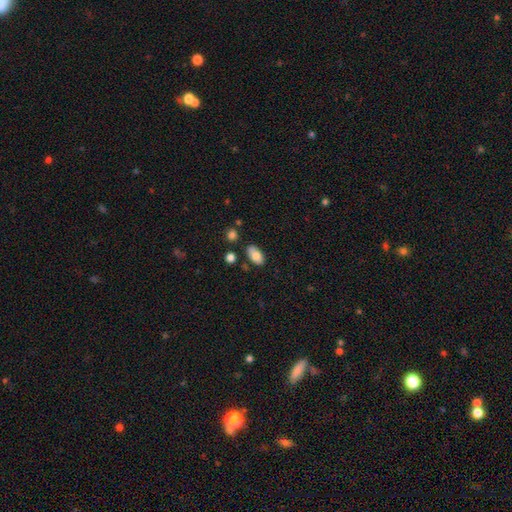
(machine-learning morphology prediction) Smooth or featured?
  - smooth: 80% *
  - featured or disk: 13%
  - star or artifact: 7%
How rounded?
  - in between: 93% *
  - round: 4%
  - cigar-shaped: 3%
Merging?
  - none: 76% *
  - minor disturbance: 16%
  - merger: 5%
  - major disturbance: 3%